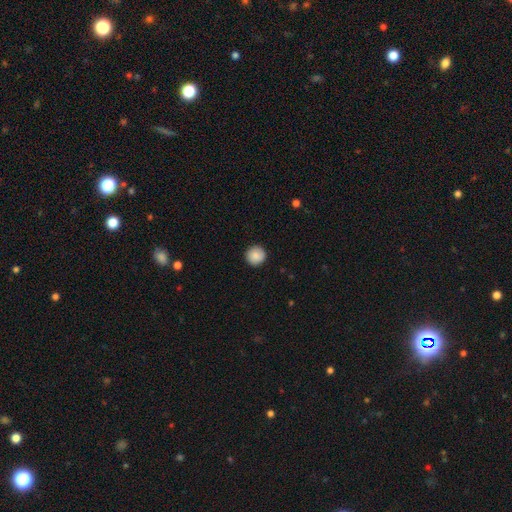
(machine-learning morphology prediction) A smooth galaxy with no disk features (87%) that is round (95%).

Vote fractions:
- Smooth or featured? smooth: 87% / star or artifact: 8% / featured or disk: 5%
- How rounded? round: 95% / in between: 4% / cigar-shaped: 1%
- Merging? none: 91% / minor disturbance: 6% / major disturbance: 2% / merger: 1%